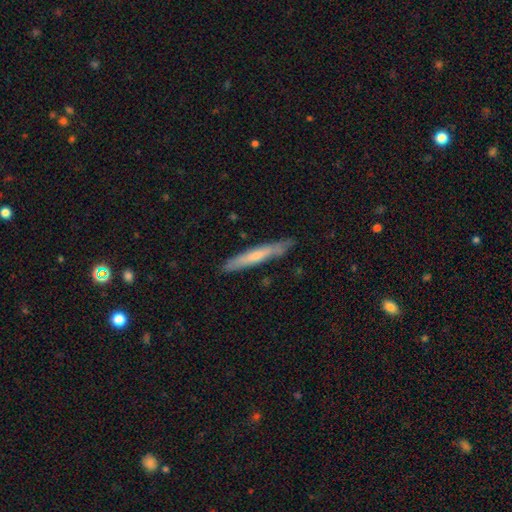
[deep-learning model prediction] A smooth galaxy with no disk features (52%) that is cigar-shaped (94%). Merging: none (82%).